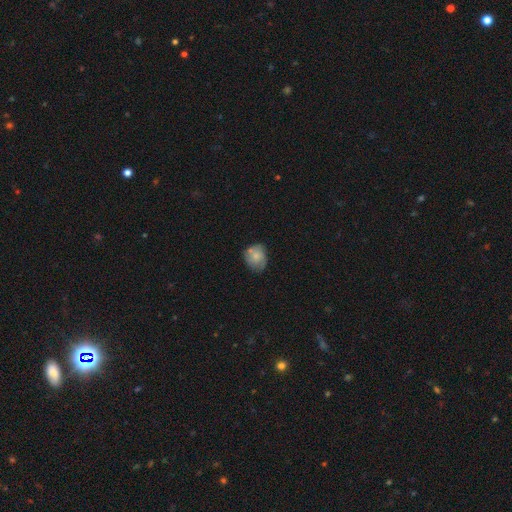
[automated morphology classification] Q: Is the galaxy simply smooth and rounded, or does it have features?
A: smooth — 68%.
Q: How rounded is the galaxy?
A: round — 60%.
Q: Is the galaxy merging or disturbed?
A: none — 53%.